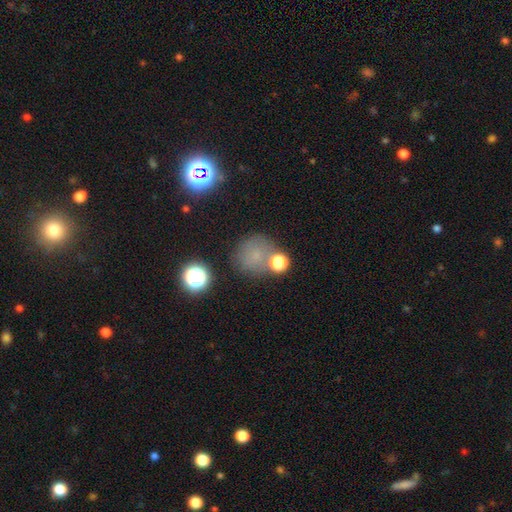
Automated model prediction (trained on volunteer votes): A smooth galaxy with no disk features (65%) that is round (89%). Merging: none (68%).